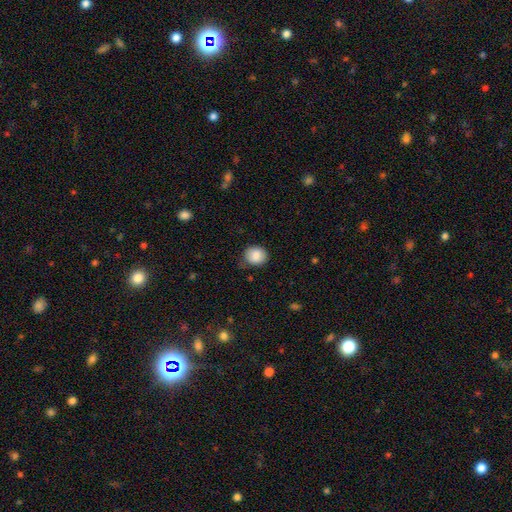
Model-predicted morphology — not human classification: smooth_or_featured: smooth (p=0.86) [alt: star or artifact p=0.08]
how_rounded: round (p=0.75) [alt: in between p=0.24]
merging: none (p=0.74) [alt: minor disturbance p=0.20]